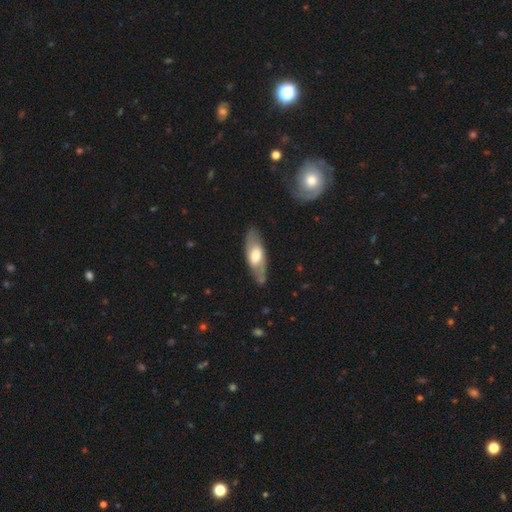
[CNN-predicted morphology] featured or disk 49%, smooth 46%, star or artifact 5%. Down the decision tree: merging — none (79%).